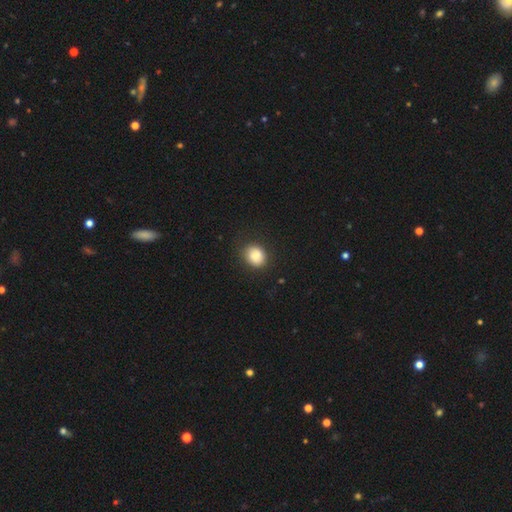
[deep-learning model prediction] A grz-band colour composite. It shows a smooth galaxy with no disk features (83%) that is round (64%). Merging: none (82%).